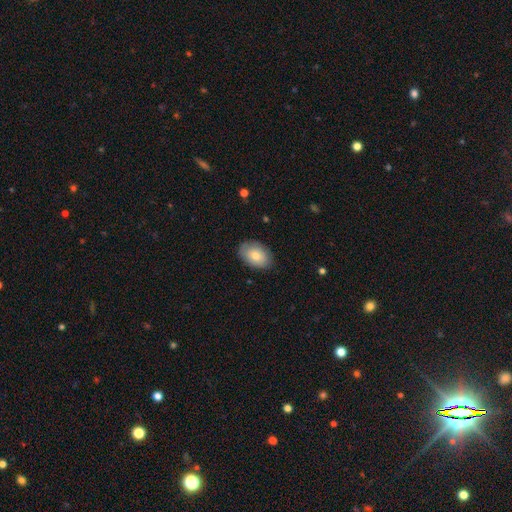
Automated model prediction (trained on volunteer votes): Q: Smooth or featured?
A: smooth (76%); runner-up: featured or disk (17%)
Q: How rounded?
A: in between (87%); runner-up: round (12%)
Q: Merging?
A: none (83%); runner-up: minor disturbance (14%)